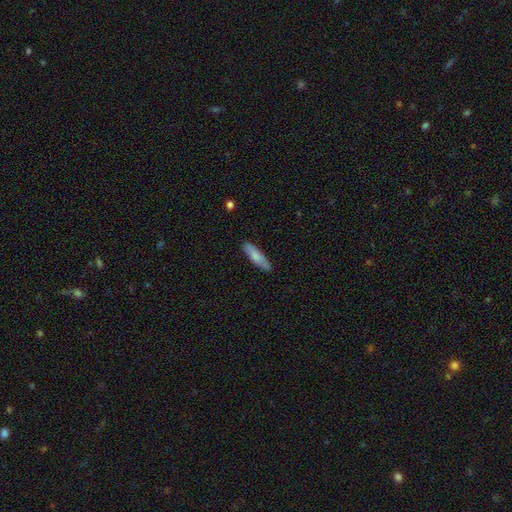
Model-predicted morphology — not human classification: Smooth or featured: smooth — 78% (featured or disk — 17%)
How rounded: cigar-shaped — 66% (in between — 32%)
Merging: none — 86% (minor disturbance — 11%)